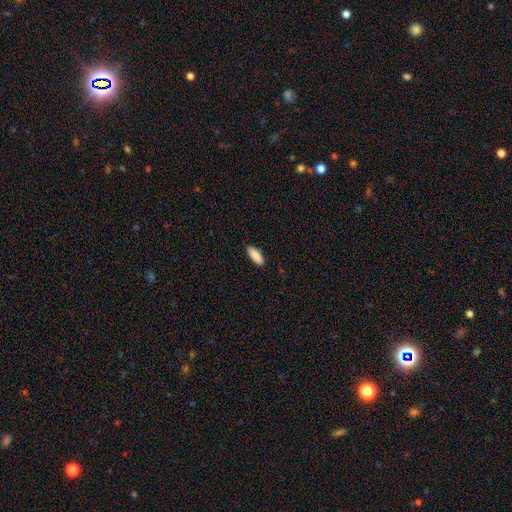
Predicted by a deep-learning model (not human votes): Smooth or featured: smooth — 88% (star or artifact — 6%)
How rounded: in between — 67% (cigar-shaped — 31%)
Merging: none — 88% (minor disturbance — 9%)